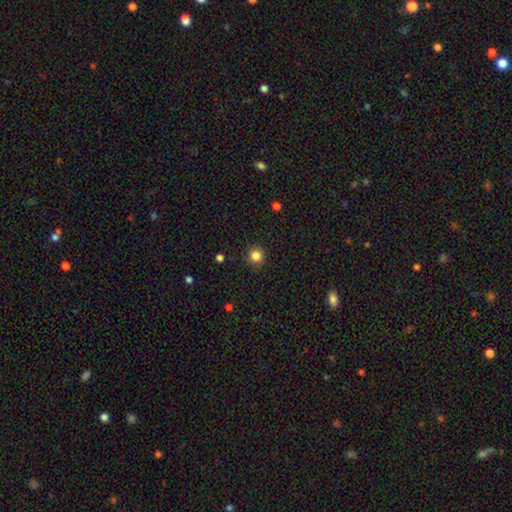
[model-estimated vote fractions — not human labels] Overall: smooth (84%). How rounded: round (94%). Merging: none (90%).